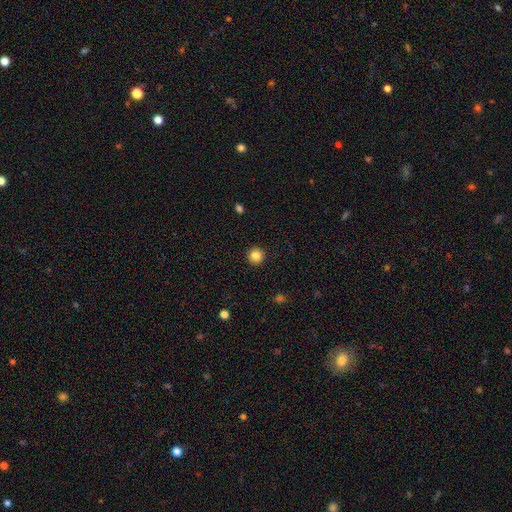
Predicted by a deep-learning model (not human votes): smooth-or-featured: smooth: 85% | star or artifact: 10% | featured or disk: 5%
  how-rounded: round: 95% | in between: 4% | cigar-shaped: 1%
  merging: none: 93% | minor disturbance: 4% | major disturbance: 2% | merger: 1%